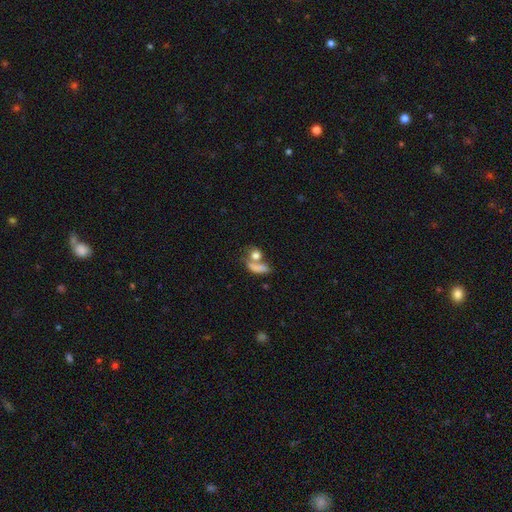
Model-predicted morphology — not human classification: Smooth or featured? smooth (77%)
How rounded? round (48%)
Merging? merger (46%)